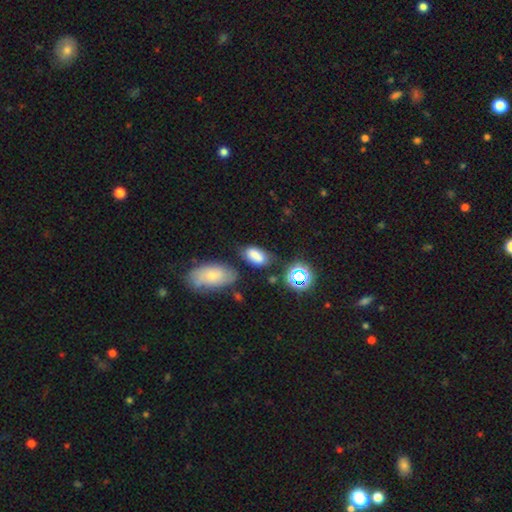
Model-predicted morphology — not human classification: Smooth or featured: smooth — 73% (star or artifact — 15%)
How rounded: in between — 91% (round — 6%)
Merging: none — 61% (minor disturbance — 22%)